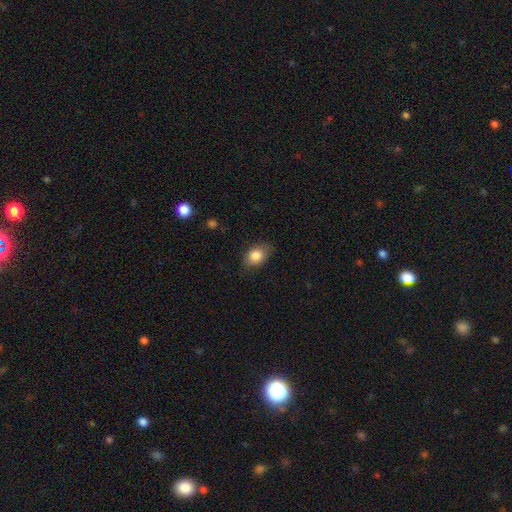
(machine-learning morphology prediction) Overall: smooth (84%). How rounded: in between (69%; round 29%). Merging: none (77%).